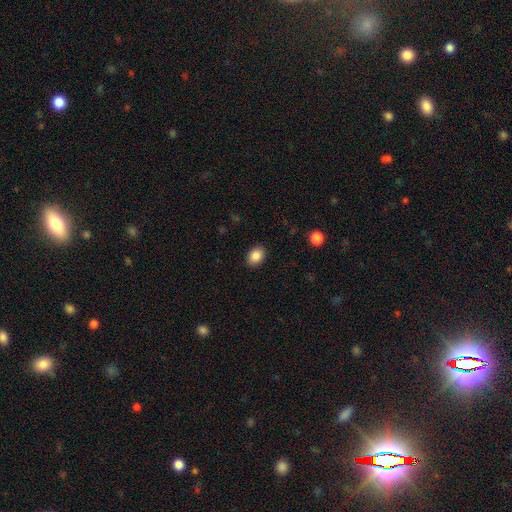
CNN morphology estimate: Smooth or featured?
  - smooth: 88% *
  - star or artifact: 9%
  - featured or disk: 4%
How rounded?
  - in between: 69% *
  - round: 30%
  - cigar-shaped: 1%
Merging?
  - none: 89% *
  - minor disturbance: 8%
  - major disturbance: 2%
  - merger: 1%